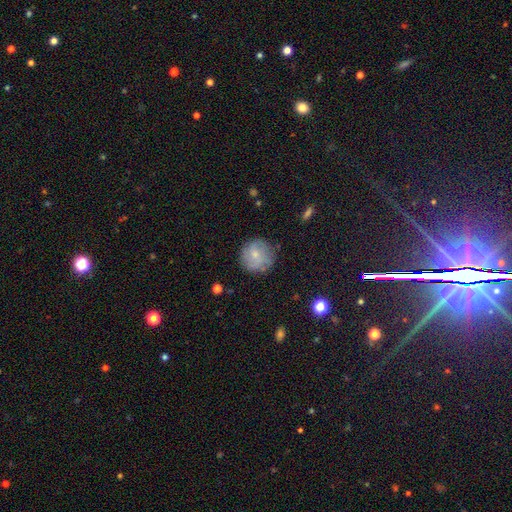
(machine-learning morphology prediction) Q: Smooth or featured?
A: smooth (63%); runner-up: featured or disk (29%)
Q: How rounded?
A: round (92%); runner-up: in between (7%)
Q: Merging?
A: none (75%); runner-up: minor disturbance (18%)